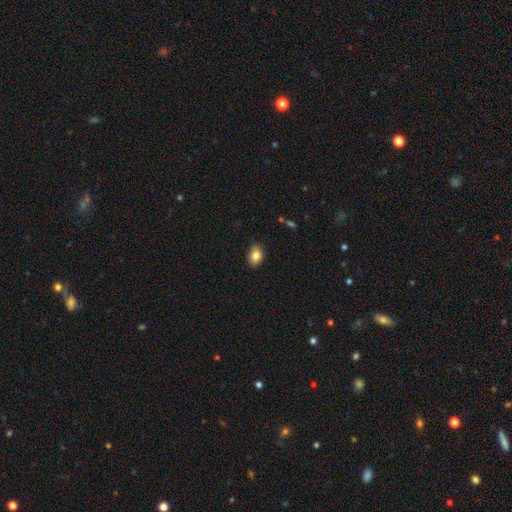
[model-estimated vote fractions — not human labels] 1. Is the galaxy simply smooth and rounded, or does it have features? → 84% smooth, 8% star or artifact, 8% featured or disk.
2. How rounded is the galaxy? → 84% in between, 15% round, 1% cigar-shaped.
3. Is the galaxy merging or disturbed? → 87% none, 10% minor disturbance, 2% major disturbance, 1% merger.